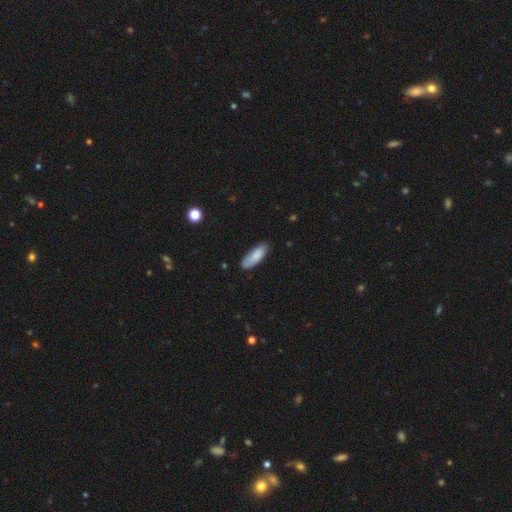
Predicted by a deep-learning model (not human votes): smooth 84%, featured or disk 9%, star or artifact 6%. Down the decision tree: how rounded — in between (67%); merging — none (71%).